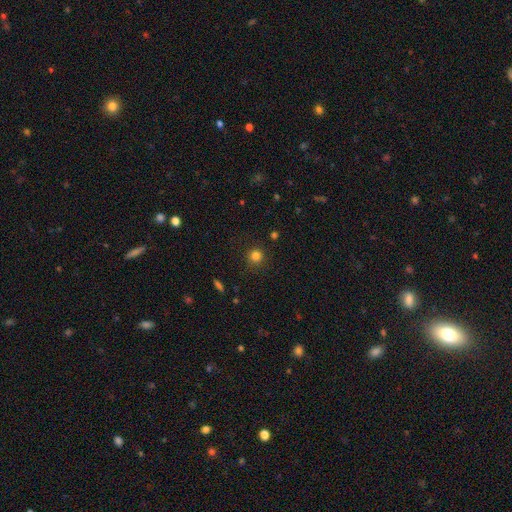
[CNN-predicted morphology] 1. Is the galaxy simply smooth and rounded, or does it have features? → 82% smooth, 14% star or artifact, 4% featured or disk.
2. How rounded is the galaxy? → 93% round, 6% in between, 1% cigar-shaped.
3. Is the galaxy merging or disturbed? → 87% none, 8% minor disturbance, 3% major disturbance, 1% merger.